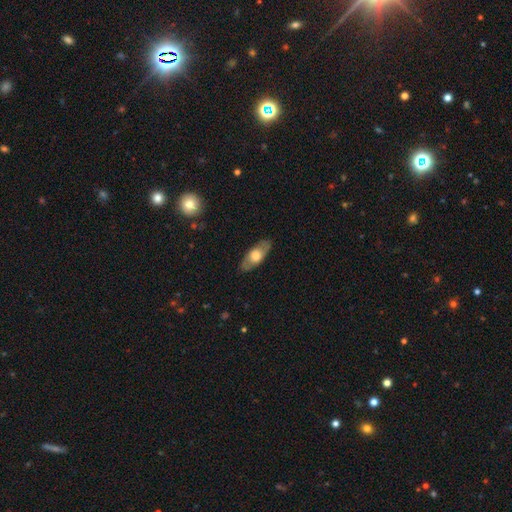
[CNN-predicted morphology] The model was most divided on "smooth or featured": smooth: 49%, featured or disk: 46%, star or artifact: 6%. More confident: merging — none (82%).